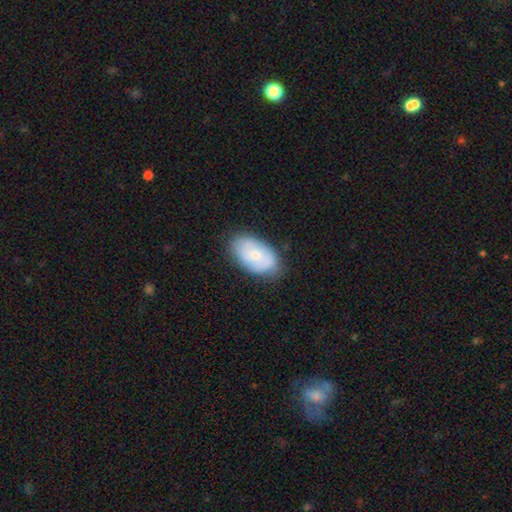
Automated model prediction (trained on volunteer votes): A smooth galaxy with no disk features (60%) that is in between round and cigar-shaped (92%).

Vote fractions:
- Smooth or featured? smooth: 60% / featured or disk: 33% / star or artifact: 6%
- How rounded? in between: 92% / round: 6% / cigar-shaped: 1%
- Merging? none: 77% / minor disturbance: 18% / major disturbance: 4% / merger: 1%